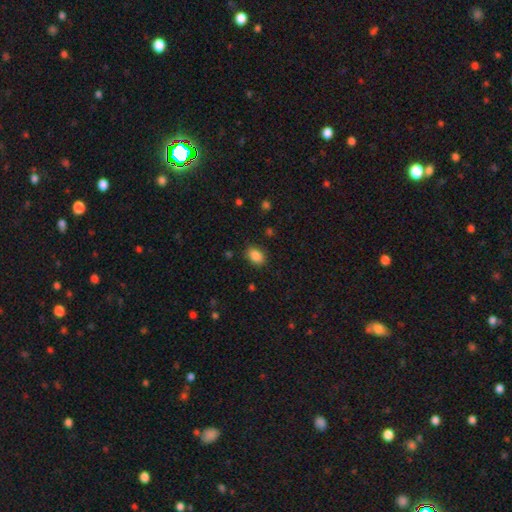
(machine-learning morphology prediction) smooth 87%, star or artifact 9%, featured or disk 4%. Down the decision tree: how rounded — in between (79%); merging — none (85%).